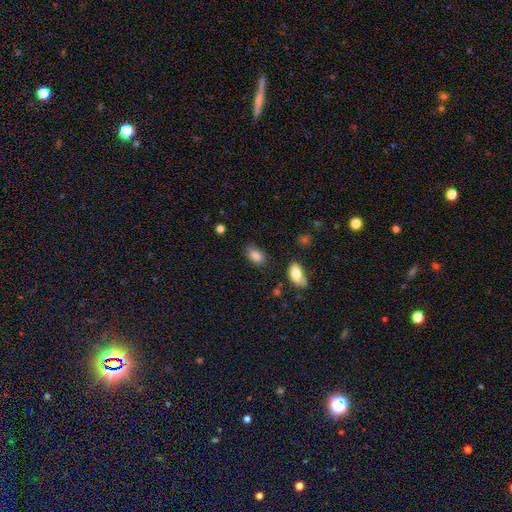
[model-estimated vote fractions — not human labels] The model was most divided on "merging": none: 81%, minor disturbance: 13%, major disturbance: 3%, merger: 3%. More confident: how rounded — in between (91%); smooth or featured — smooth (84%).